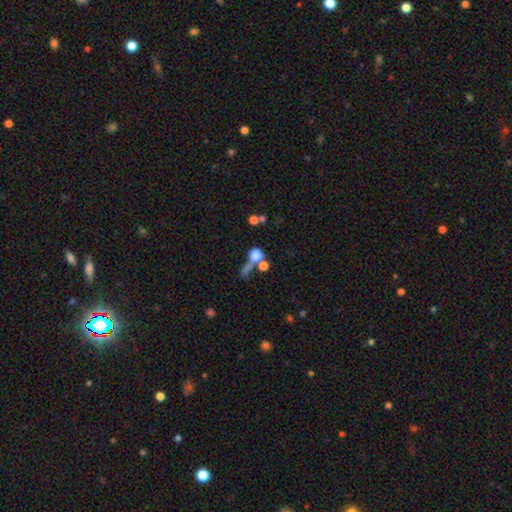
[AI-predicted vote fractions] smooth_or_featured: smooth (p=0.72) [alt: featured or disk p=0.15]
how_rounded: round (p=0.72) [alt: in between p=0.25]
merging: merger (p=0.45) [alt: none p=0.31]